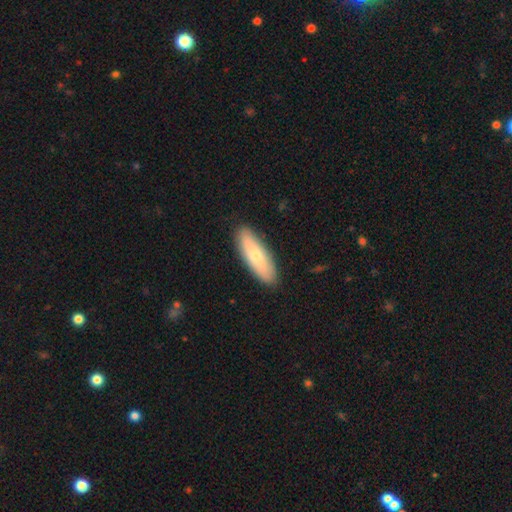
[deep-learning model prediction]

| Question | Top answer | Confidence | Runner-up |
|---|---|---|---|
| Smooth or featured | smooth | 69% | featured or disk (26%) |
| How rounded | in between | 59% | cigar-shaped (39%) |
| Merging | none | 88% | minor disturbance (9%) |